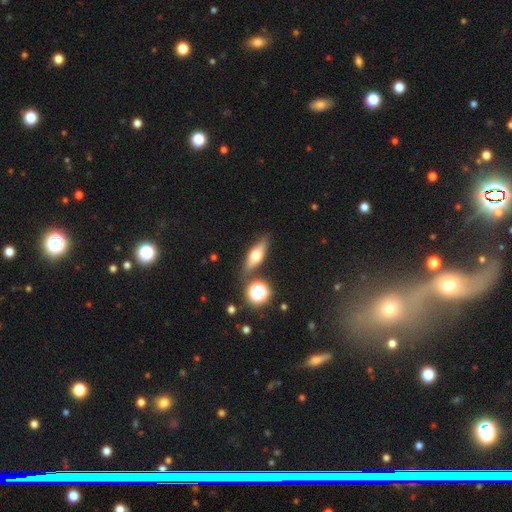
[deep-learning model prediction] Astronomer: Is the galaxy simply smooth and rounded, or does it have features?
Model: smooth — 52% (runner-up: featured or disk, 37%).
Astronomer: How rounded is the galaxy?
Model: in between — 55% (runner-up: cigar-shaped, 37%).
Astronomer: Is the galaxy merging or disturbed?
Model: none — 81%.